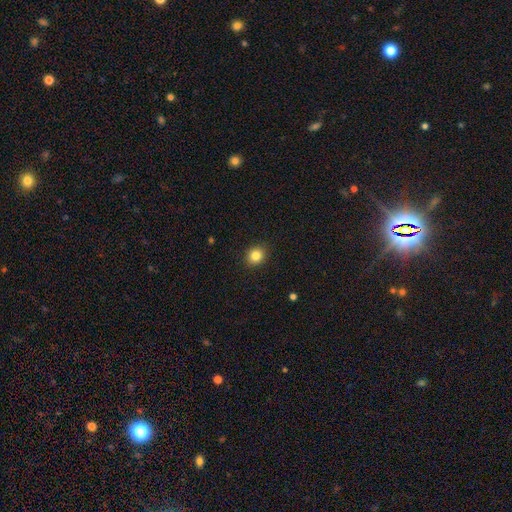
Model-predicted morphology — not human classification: This appears to be a smooth galaxy with no disk features (84%) that is round (76%). Merging: none (90%).